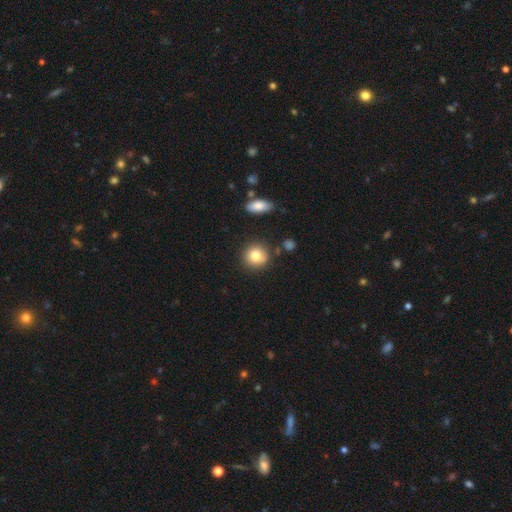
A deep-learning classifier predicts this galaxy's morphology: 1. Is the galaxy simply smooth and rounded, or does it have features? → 81% smooth, 10% featured or disk, 9% star or artifact.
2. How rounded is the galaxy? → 88% round, 11% in between, 1% cigar-shaped.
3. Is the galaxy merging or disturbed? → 85% none, 9% minor disturbance, 3% merger, 3% major disturbance.